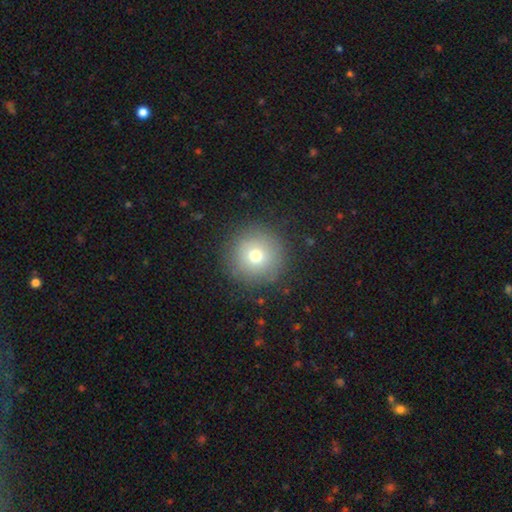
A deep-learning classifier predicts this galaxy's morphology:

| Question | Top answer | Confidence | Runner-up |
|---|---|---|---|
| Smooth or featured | smooth | 72% | featured or disk (14%) |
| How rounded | round | 96% | in between (3%) |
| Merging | none | 87% | minor disturbance (8%) |